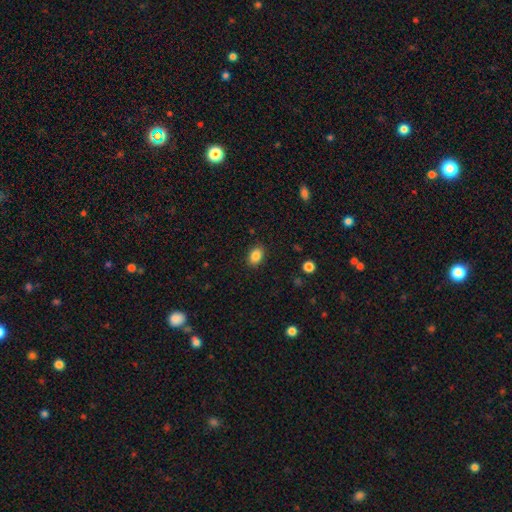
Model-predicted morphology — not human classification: smooth-or-featured: smooth: 86% | star or artifact: 9% | featured or disk: 5%
  how-rounded: in between: 83% | round: 16% | cigar-shaped: 1%
  merging: none: 88% | minor disturbance: 9% | major disturbance: 2% | merger: 1%